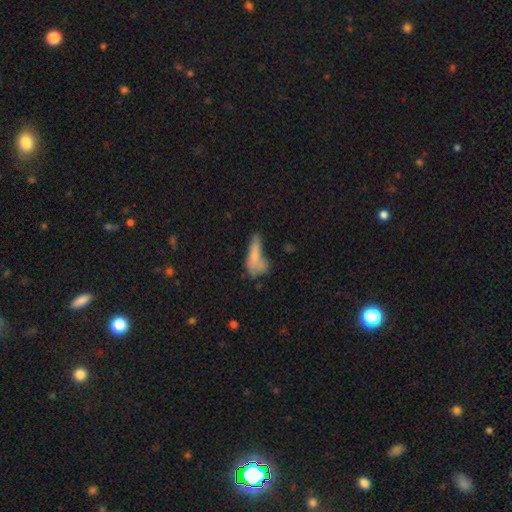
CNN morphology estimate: type=smooth (66%); roundness=cigar-shaped (48%); merging=none (32%).